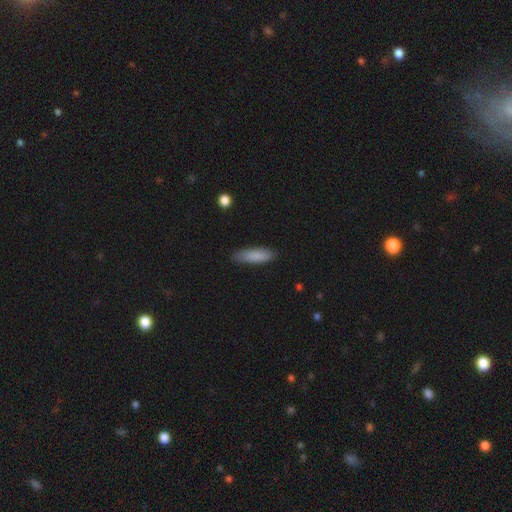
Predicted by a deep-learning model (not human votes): smooth_or_featured: smooth (p=0.86) [alt: featured or disk p=0.08]
how_rounded: cigar-shaped (p=0.51) [alt: in between p=0.48]
merging: none (p=0.81) [alt: minor disturbance p=0.15]